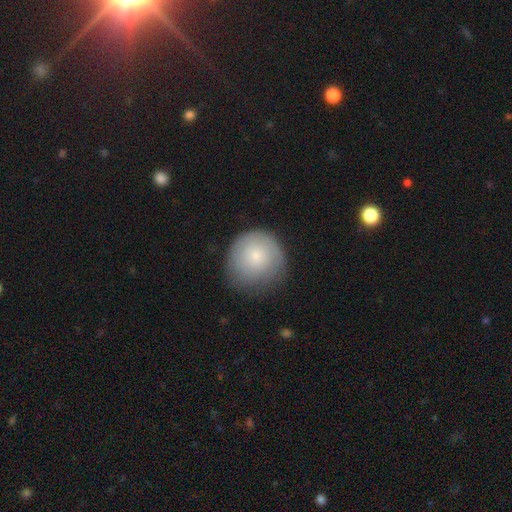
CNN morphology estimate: A smooth galaxy with no disk features (72%) that is round (90%).

Vote fractions:
- Smooth or featured? smooth: 72% / featured or disk: 21% / star or artifact: 7%
- How rounded? round: 90% / in between: 9% / cigar-shaped: 1%
- Merging? none: 68% / minor disturbance: 23% / major disturbance: 8% / merger: 1%